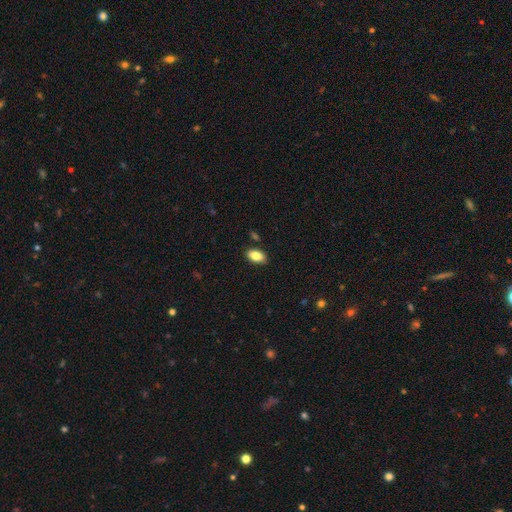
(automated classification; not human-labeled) The model was most divided on "merging": none: 85%, minor disturbance: 11%, merger: 2%, major disturbance: 2%. More confident: how rounded — in between (92%); smooth or featured — smooth (85%).